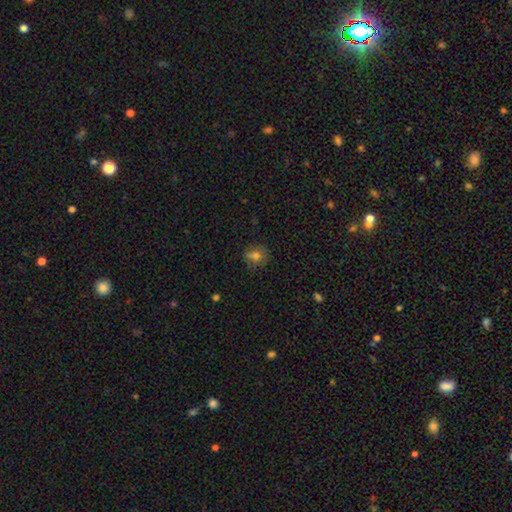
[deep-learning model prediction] A smooth galaxy with no disk features (72%) that is round (69%).

Vote fractions:
- Smooth or featured? smooth: 72% / star or artifact: 16% / featured or disk: 12%
- How rounded? round: 69% / in between: 30% / cigar-shaped: 1%
- Merging? none: 67% / minor disturbance: 22% / major disturbance: 7% / merger: 4%